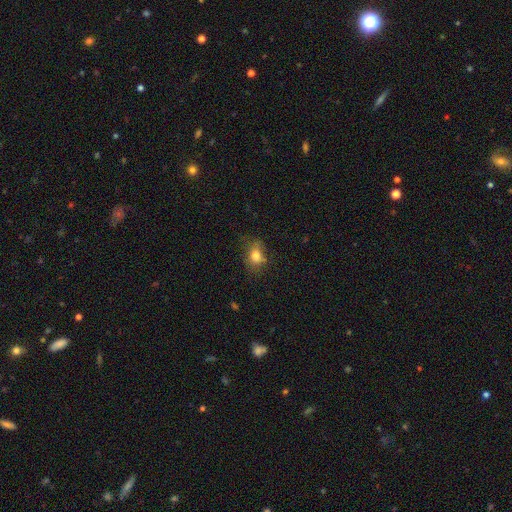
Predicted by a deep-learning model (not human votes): Smooth or featured: smooth — 77% (featured or disk — 12%)
How rounded: in between — 65% (round — 33%)
Merging: none — 64% (minor disturbance — 24%)